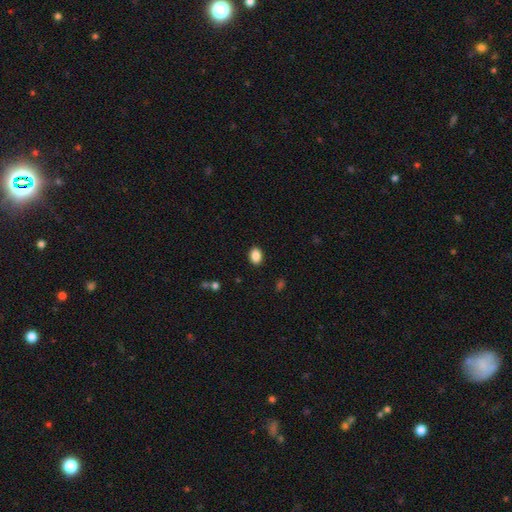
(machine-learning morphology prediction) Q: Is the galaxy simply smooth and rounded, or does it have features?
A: smooth — 88%.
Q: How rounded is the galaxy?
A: in between — 73%.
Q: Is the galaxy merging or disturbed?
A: none — 90%.